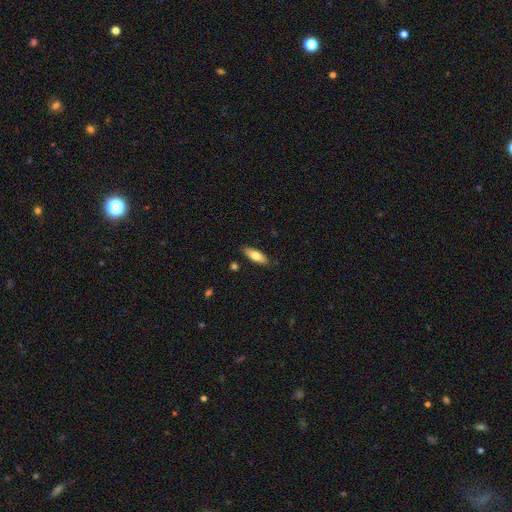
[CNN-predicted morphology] A smooth galaxy with no disk features (74%) that is in between round and cigar-shaped (64%).

Vote fractions:
- Smooth or featured? smooth: 74% / featured or disk: 20% / star or artifact: 6%
- How rounded? in between: 64% / cigar-shaped: 34% / round: 2%
- Merging? none: 86% / minor disturbance: 11% / major disturbance: 2% / merger: 2%